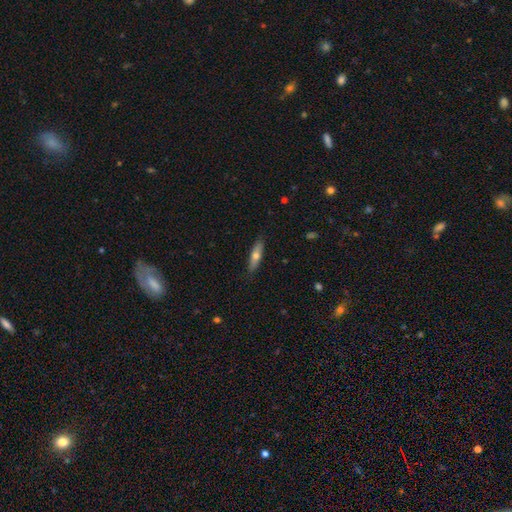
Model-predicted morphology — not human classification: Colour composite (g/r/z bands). It shows a smooth galaxy with no disk features (60%) that is cigar-shaped (65%). Merging: none (87%).